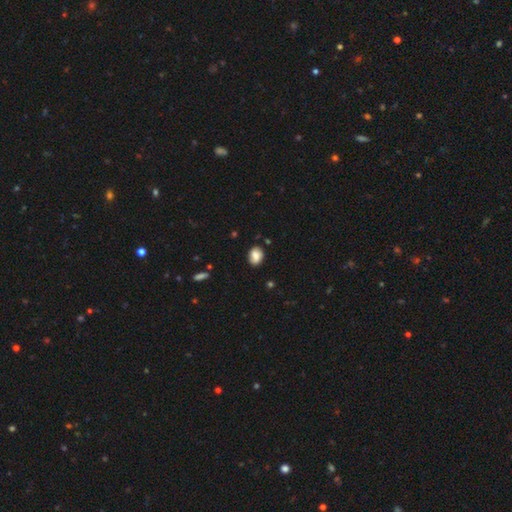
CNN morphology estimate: Smooth or featured: smooth — 79% (featured or disk — 13%)
How rounded: in between — 68% (round — 31%)
Merging: none — 80% (minor disturbance — 15%)